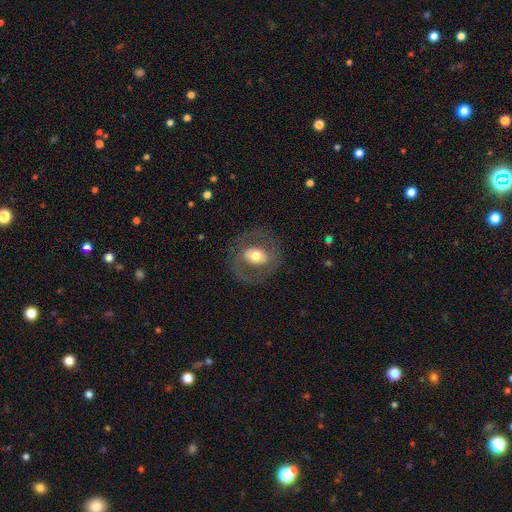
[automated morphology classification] Smooth or featured? Predicted: featured or disk (p=0.52). Edge-on disk? Predicted: no (p=0.94). Merging? Predicted: none (p=0.77).